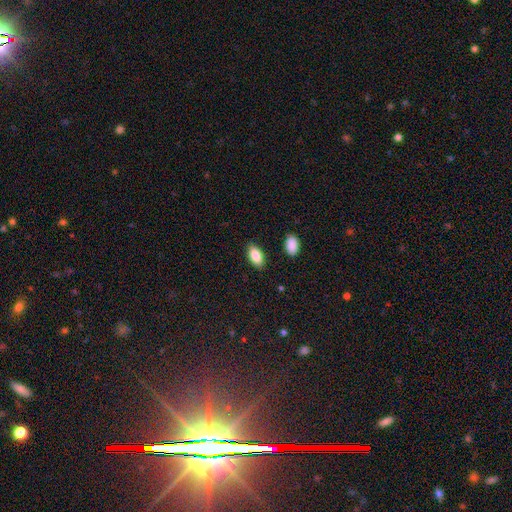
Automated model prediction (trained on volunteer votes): smooth_or_featured: smooth (p=0.86) [alt: star or artifact p=0.07]
how_rounded: in between (p=0.92) [alt: cigar-shaped p=0.04]
merging: none (p=0.86) [alt: minor disturbance p=0.10]